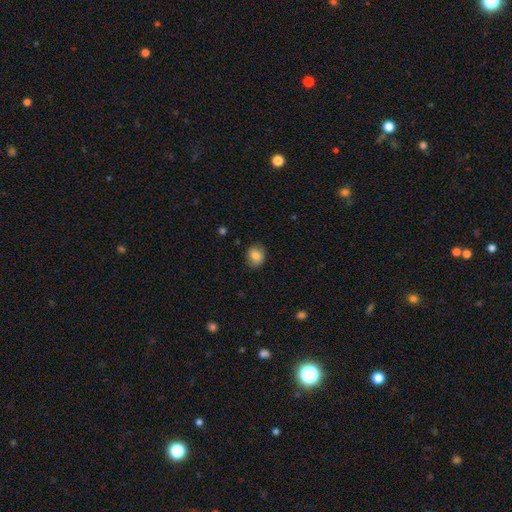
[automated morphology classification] Smooth or featured? Predicted: smooth (p=0.81). How rounded? Predicted: round (p=0.63). Merging? Predicted: none (p=0.83).